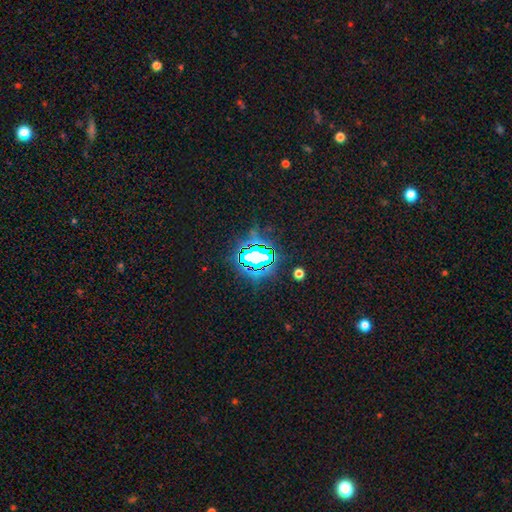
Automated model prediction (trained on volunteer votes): Smooth or featured: star or artifact — 70% (smooth — 17%)